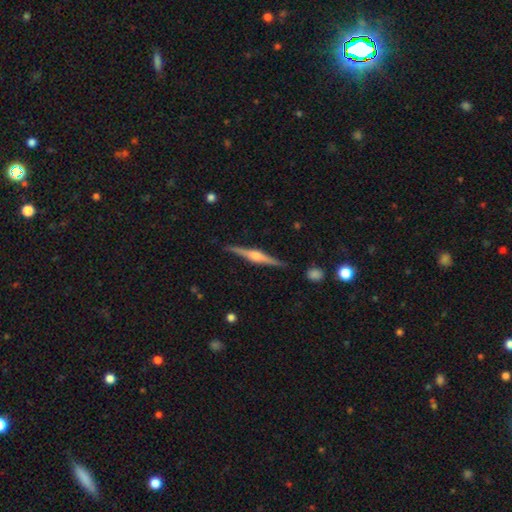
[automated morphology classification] A featured or disk galaxy (82%) viewed edge-on (98%) with a rounded central bulge (85%). Merging: none (90%).